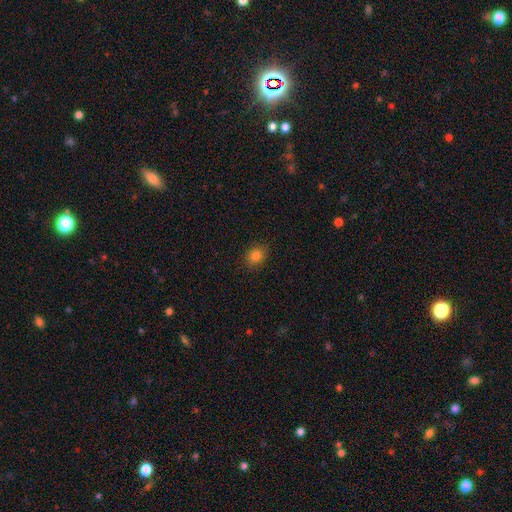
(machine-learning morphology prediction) A smooth galaxy with no disk features (82%) that is round (59%).

Vote fractions:
- Smooth or featured? smooth: 82% / star or artifact: 12% / featured or disk: 6%
- How rounded? round: 59% / in between: 40% / cigar-shaped: 1%
- Merging? none: 88% / minor disturbance: 9% / major disturbance: 2% / merger: 1%